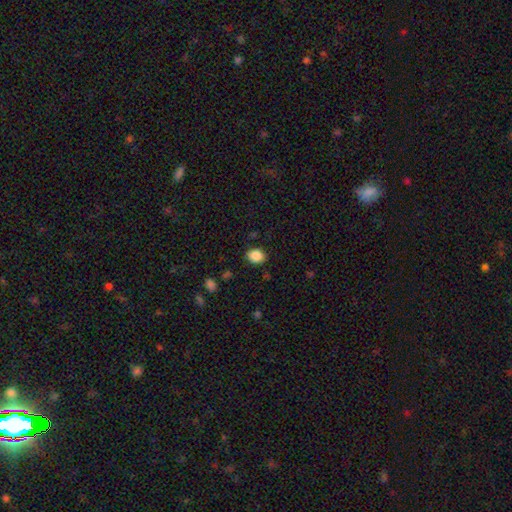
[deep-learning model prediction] Smooth or featured? smooth (87%)
How rounded? round (52%)
Merging? none (86%)